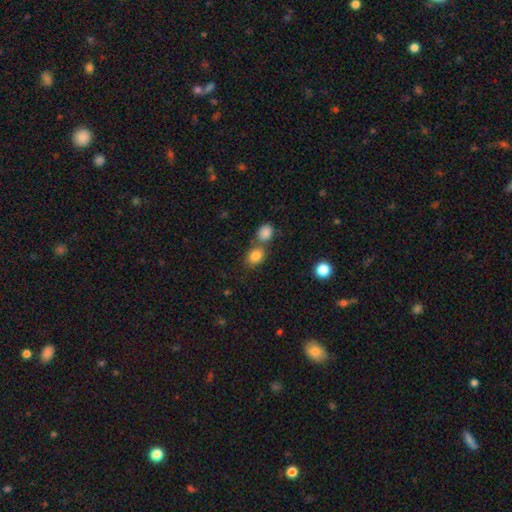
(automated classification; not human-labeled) Morphology: type=smooth (83%); roundness=in between (55%); merging=none (50%).